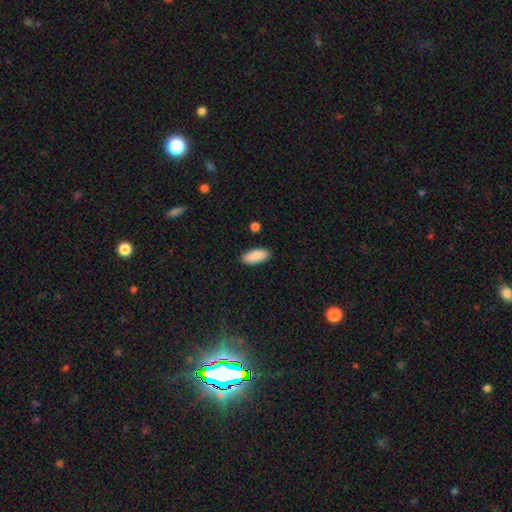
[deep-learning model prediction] This is clearly a smooth galaxy (90%). How rounded: clearly in between (86%). Merging: clearly none (88%).